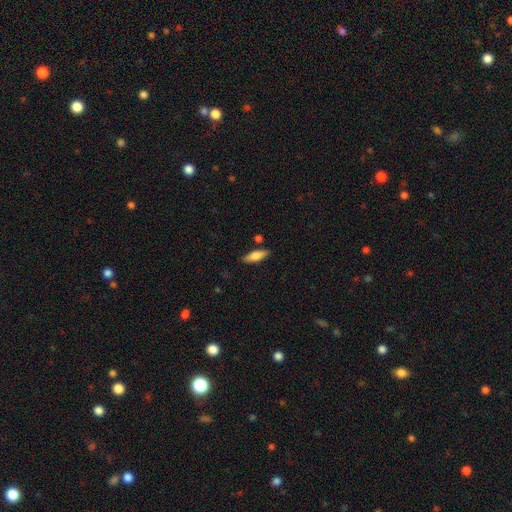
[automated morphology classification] The model was most divided on "how rounded" (2-way tie): in between: 49%, cigar-shaped: 49%, round: 2%. More confident: merging — none (83%); smooth or featured — smooth (71%).